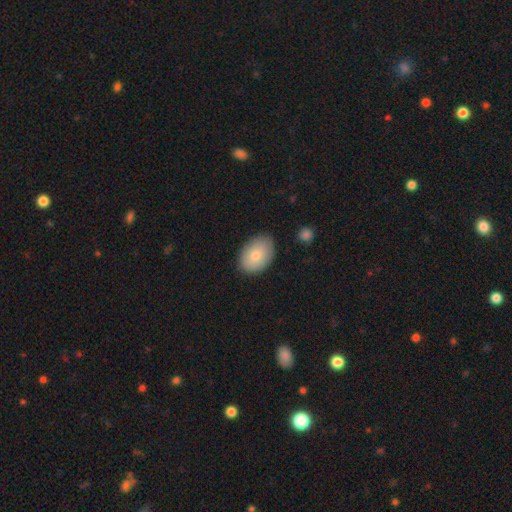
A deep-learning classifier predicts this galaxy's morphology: A smooth galaxy with no disk features (80%) that is in between round and cigar-shaped (86%). Merging: none (84%).